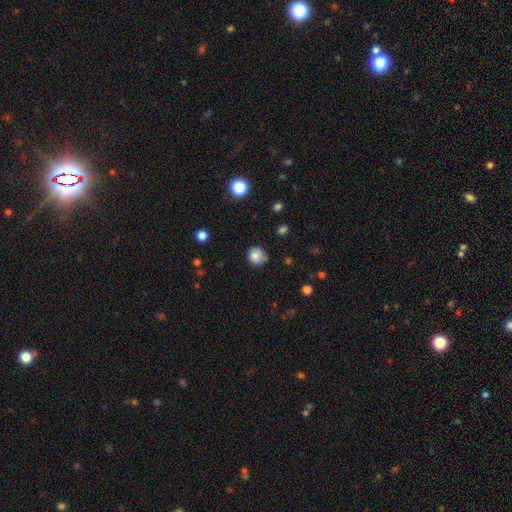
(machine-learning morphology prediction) smooth 80%, star or artifact 10%, featured or disk 10%. Down the decision tree: how rounded — round (86%); merging — none (71%).